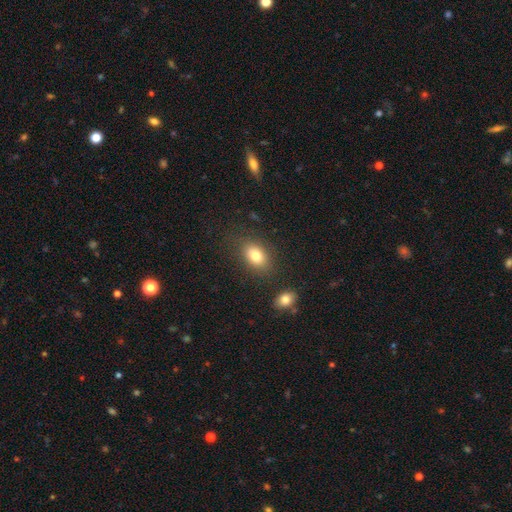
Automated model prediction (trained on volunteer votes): smooth-or-featured: smooth: 80% | featured or disk: 10% | star or artifact: 9%
  how-rounded: in between: 79% | round: 20% | cigar-shaped: 1%
  merging: none: 78% | minor disturbance: 14% | major disturbance: 5% | merger: 4%